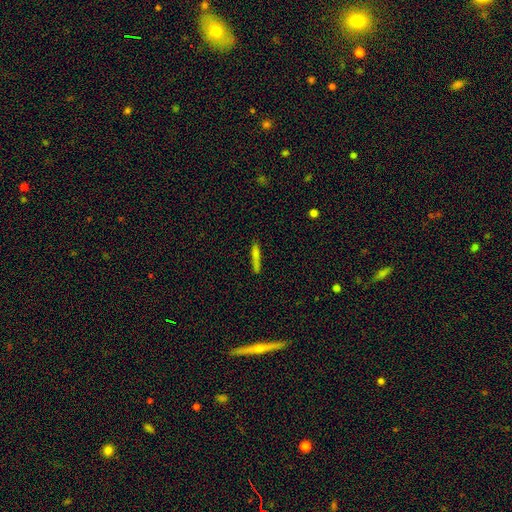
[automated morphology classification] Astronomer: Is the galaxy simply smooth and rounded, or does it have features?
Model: smooth — 76%.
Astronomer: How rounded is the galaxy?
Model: cigar-shaped — 92%.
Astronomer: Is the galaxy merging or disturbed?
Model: none — 79%.